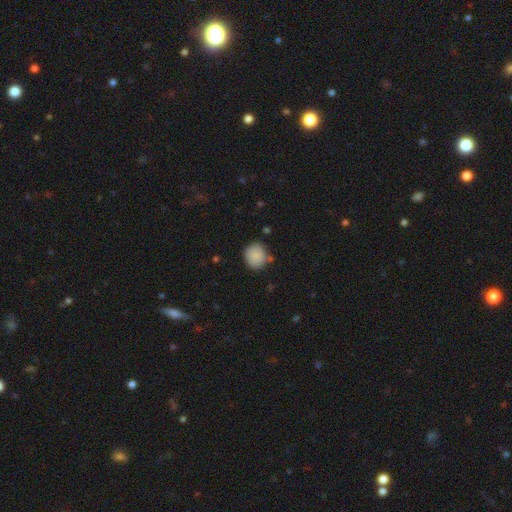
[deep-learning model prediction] Overall: smooth (87%). How rounded: round (79%). Merging: none (78%).